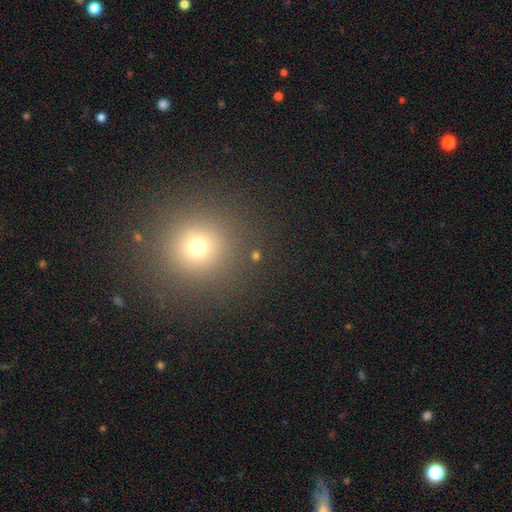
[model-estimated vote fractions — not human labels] The model was most divided on "smooth or featured": smooth: 61%, star or artifact: 30%, featured or disk: 8%. More confident: how rounded — round (90%); merging — none (86%).